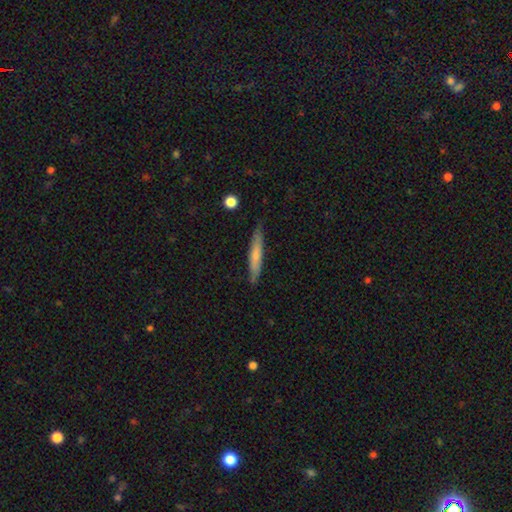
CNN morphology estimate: Overall: smooth (64%; featured or disk 30%). How rounded: cigar-shaped (92%). Merging: none (83%).